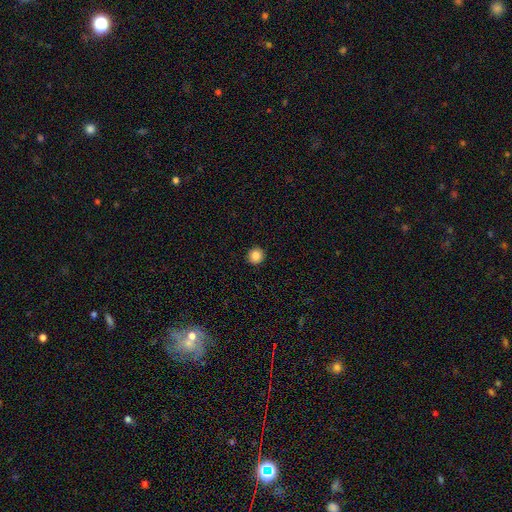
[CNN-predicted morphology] smooth-or-featured: smooth: 85% | star or artifact: 10% | featured or disk: 5%
  how-rounded: round: 93% | in between: 6% | cigar-shaped: 1%
  merging: none: 93% | minor disturbance: 5% | major disturbance: 1% | merger: 1%